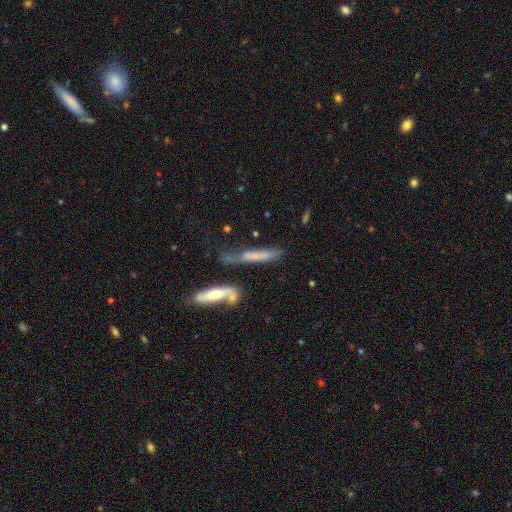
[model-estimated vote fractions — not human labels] This is possibly a smooth galaxy (56%). How rounded: clearly cigar-shaped (88%). Merging: marginally none (42%).